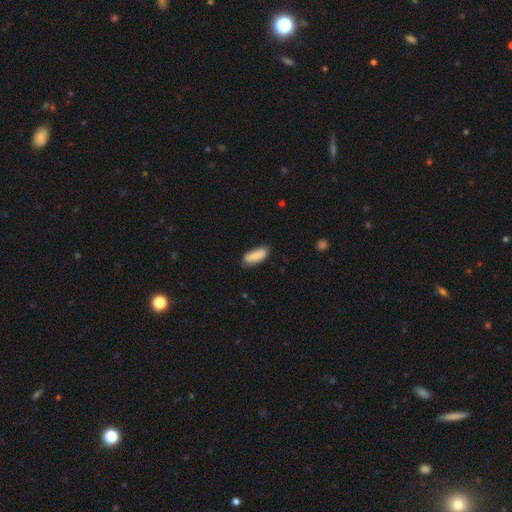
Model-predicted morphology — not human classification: A smooth galaxy with no disk features (84%) that is in between round and cigar-shaped (72%). Merging: none (77%).